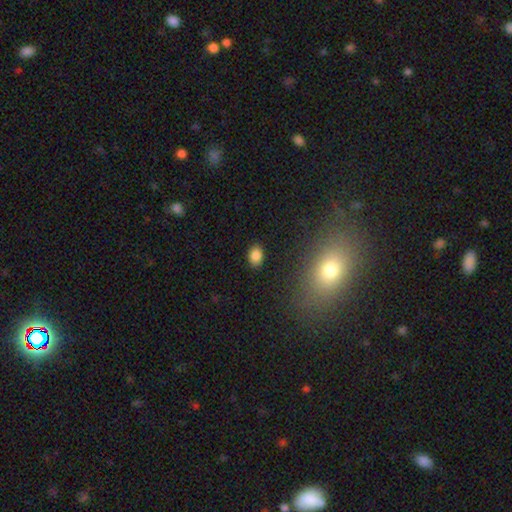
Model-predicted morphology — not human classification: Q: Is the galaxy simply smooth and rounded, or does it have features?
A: smooth — 85%.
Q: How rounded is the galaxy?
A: in between — 72%.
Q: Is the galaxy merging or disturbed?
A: none — 88%.